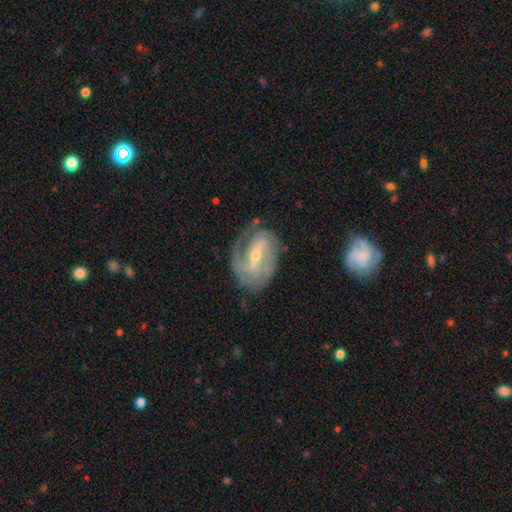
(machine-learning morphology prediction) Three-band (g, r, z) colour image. It shows a featured or disk galaxy (87%) with a strong bar (47%), 2 (58%) tight (44%) spiral arms (95%) and a small central bulge (57%). Merging: none (68%).